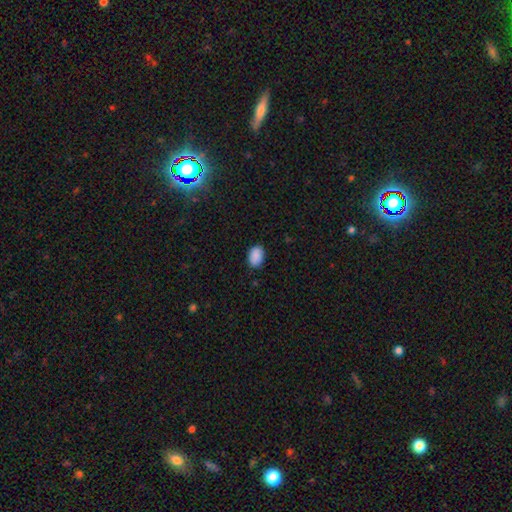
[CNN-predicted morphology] Overall: smooth (90%). How rounded: in between (83%). Merging: none (85%).